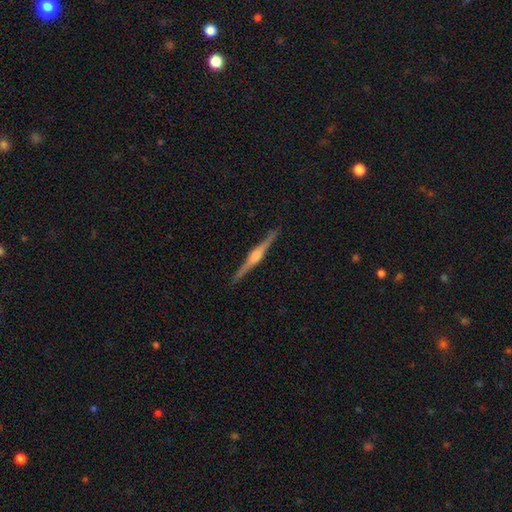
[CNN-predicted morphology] A featured or disk galaxy (84%) viewed edge-on (99%) with a rounded central bulge (89%).

Vote fractions:
- Smooth or featured? featured or disk: 84% / smooth: 11% / star or artifact: 5%
- Edge-on disk? yes: 99% / no: 1%
- Edge-on bulge? rounded: 89% / boxy: 7% / none: 4%
- Merging? none: 92% / minor disturbance: 6% / major disturbance: 1% / merger: 1%